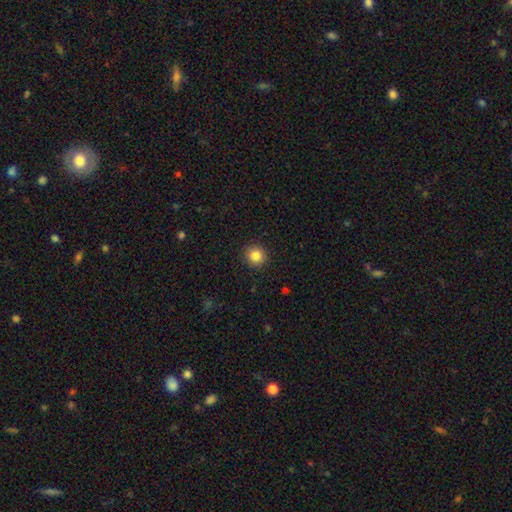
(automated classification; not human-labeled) The model was most divided on "smooth or featured": smooth: 85%, star or artifact: 11%, featured or disk: 5%. More confident: how rounded — round (93%); merging — none (92%).